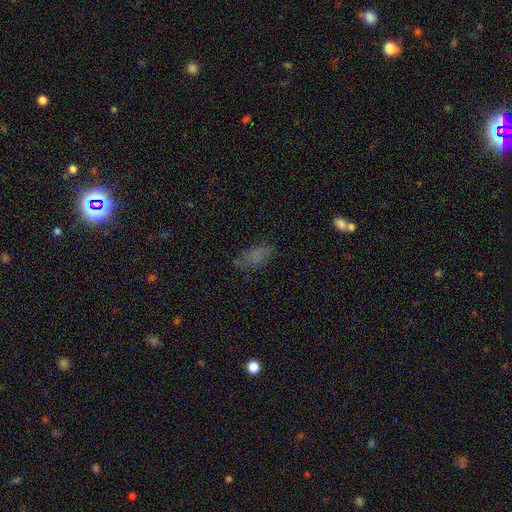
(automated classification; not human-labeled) Morphology: type=smooth (73%); roundness=in between (84%); merging=none (62%).